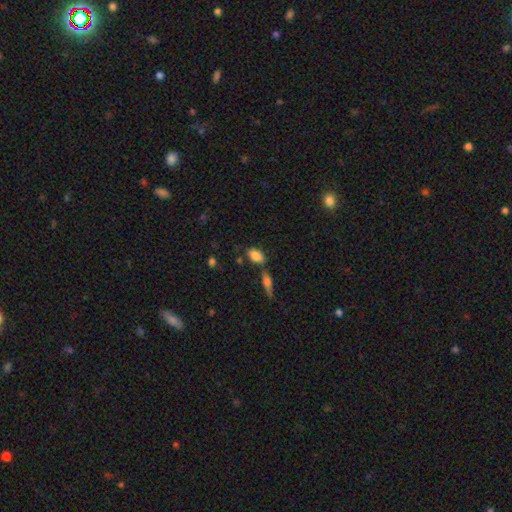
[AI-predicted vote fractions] The model was most divided on "merging": none: 64%, merger: 18%, minor disturbance: 15%, major disturbance: 4%. More confident: how rounded — in between (88%); smooth or featured — smooth (83%).